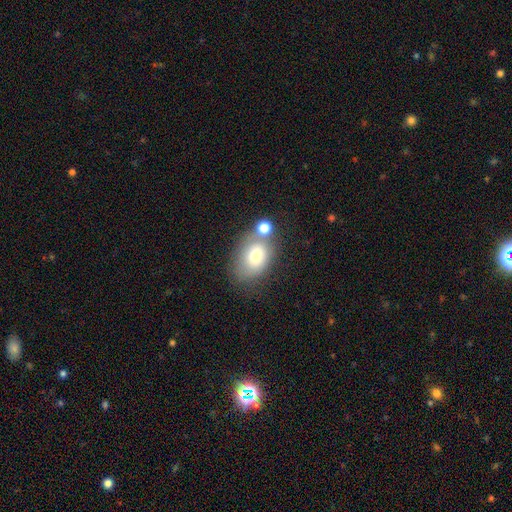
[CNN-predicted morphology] Smooth or featured: smooth — 72% (featured or disk — 19%)
How rounded: in between — 72% (round — 26%)
Merging: none — 46% (merger — 30%)